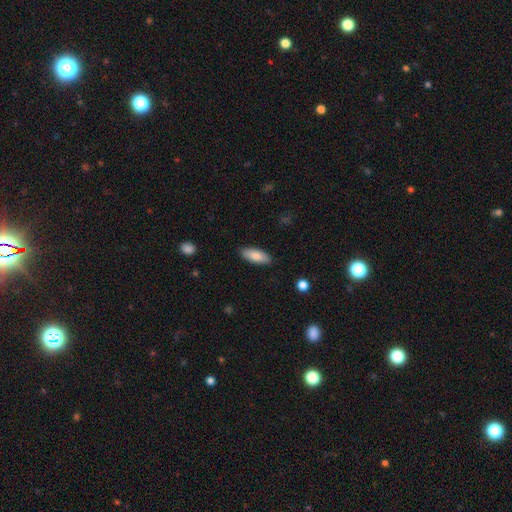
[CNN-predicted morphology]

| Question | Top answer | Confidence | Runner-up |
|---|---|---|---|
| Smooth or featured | smooth | 83% | featured or disk (11%) |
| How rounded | in between | 75% | cigar-shaped (23%) |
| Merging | none | 88% | minor disturbance (9%) |